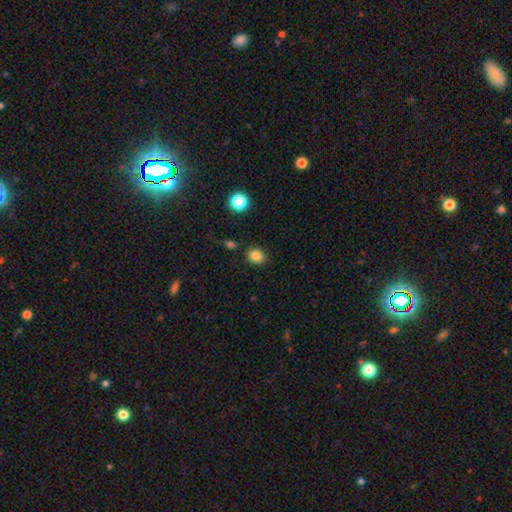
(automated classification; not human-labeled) smooth 84%, star or artifact 11%, featured or disk 5%. Down the decision tree: how rounded — round (57%); merging — none (83%).